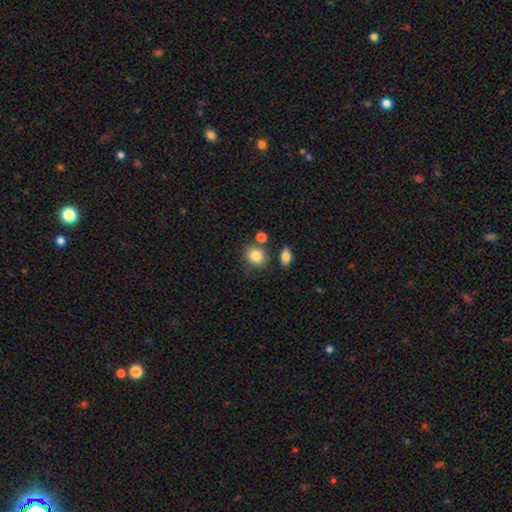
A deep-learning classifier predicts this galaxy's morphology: Smooth or featured? smooth (84%)
How rounded? round (67%)
Merging? none (69%)